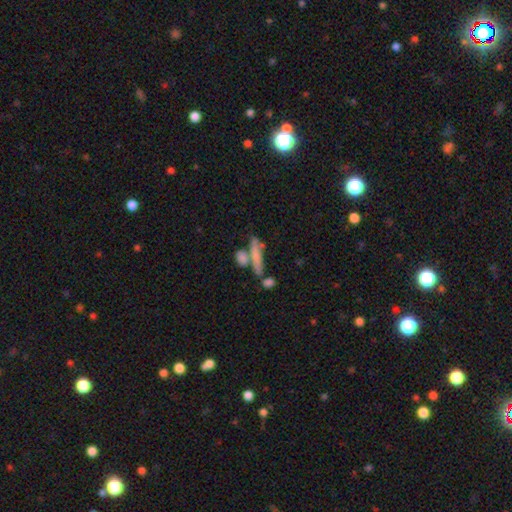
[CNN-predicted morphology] The model was most divided on "merging": none: 49%, merger: 31%, minor disturbance: 13%, major disturbance: 7%. More confident: how rounded — cigar-shaped (73%); smooth or featured — smooth (63%).